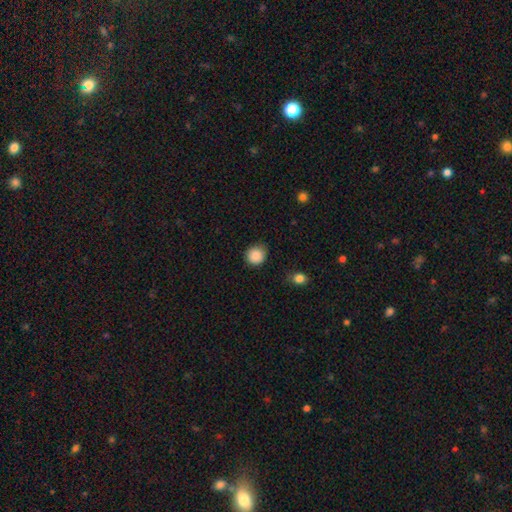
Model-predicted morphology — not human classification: smooth 88%, star or artifact 9%, featured or disk 3%. Down the decision tree: how rounded — round (89%); merging — none (81%).